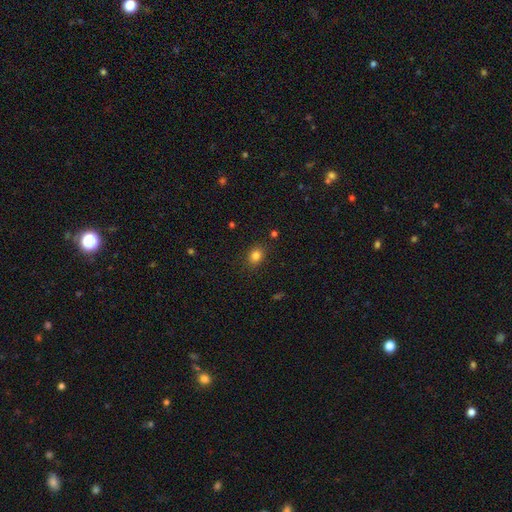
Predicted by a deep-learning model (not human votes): Overall: smooth (83%). How rounded: in between (52%; round 47%). Merging: none (85%).